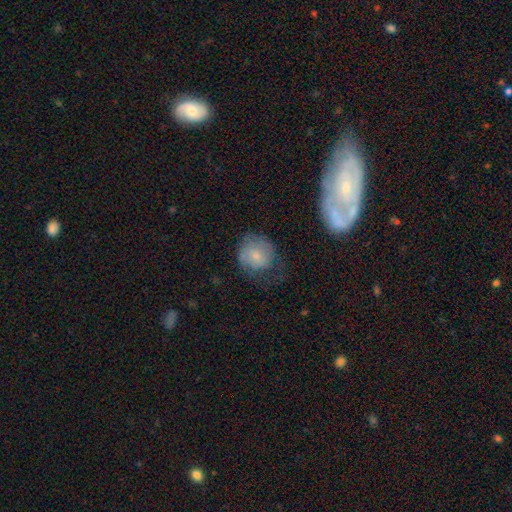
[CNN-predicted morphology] Overall: smooth (65%; featured or disk 27%). How rounded: round (80%). Merging: none (50%; minor disturbance 27%).